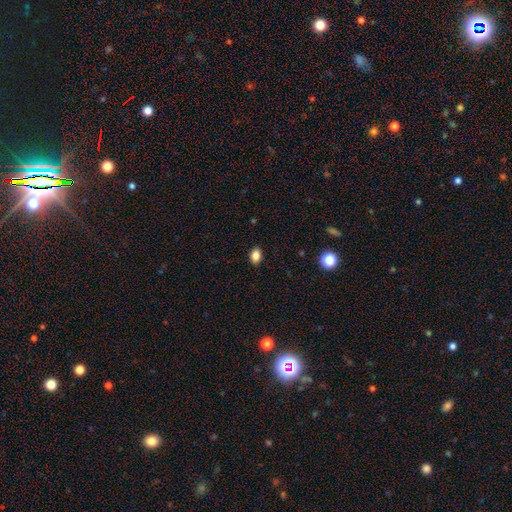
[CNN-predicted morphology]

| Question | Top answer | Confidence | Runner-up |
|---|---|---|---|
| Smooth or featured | smooth | 85% | star or artifact (10%) |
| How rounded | in between | 76% | round (23%) |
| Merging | none | 89% | minor disturbance (8%) |